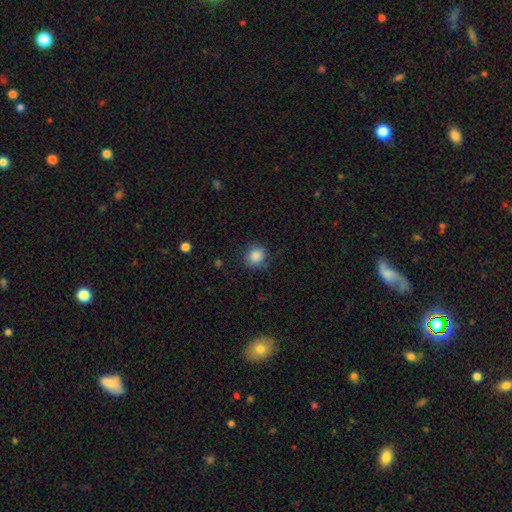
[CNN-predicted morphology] The model was most divided on "how rounded": round: 81%, in between: 19%, cigar-shaped: 1%. More confident: smooth or featured — smooth (86%); merging — none (80%).